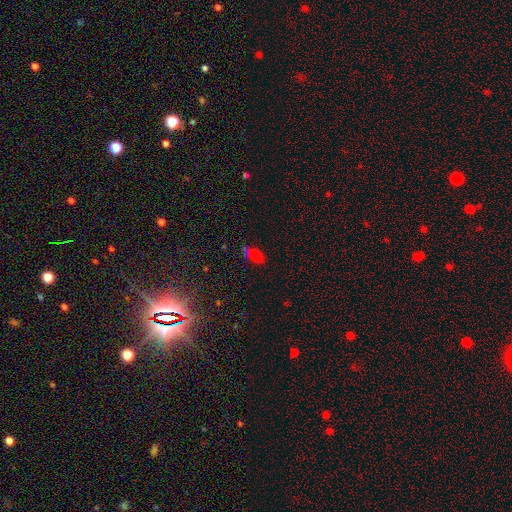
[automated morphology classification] Q: Smooth or featured?
A: smooth (60%); runner-up: star or artifact (32%)
Q: How rounded?
A: in between (83%); runner-up: cigar-shaped (9%)
Q: Merging?
A: none (55%); runner-up: minor disturbance (18%)